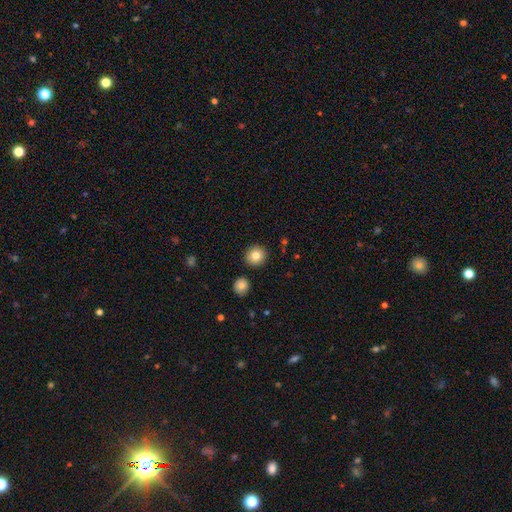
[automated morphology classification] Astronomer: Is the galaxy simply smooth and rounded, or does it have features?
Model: smooth — 82%.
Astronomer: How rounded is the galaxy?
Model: round — 92%.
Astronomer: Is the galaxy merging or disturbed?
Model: none — 90%.